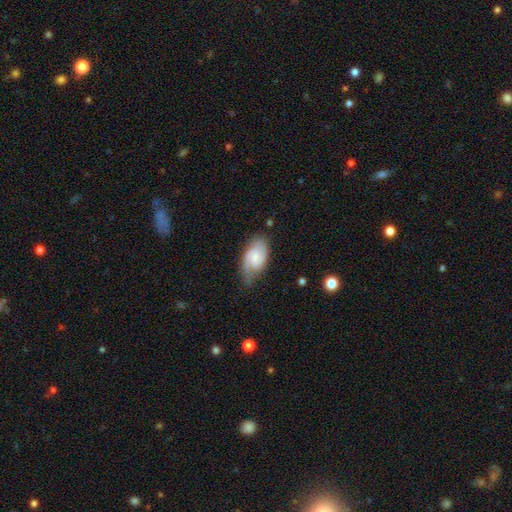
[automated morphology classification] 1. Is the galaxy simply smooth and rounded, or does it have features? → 75% featured or disk, 19% smooth, 6% star or artifact.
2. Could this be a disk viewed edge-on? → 97% no, 3% yes.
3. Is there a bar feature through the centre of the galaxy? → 49% weak, 42% no, 9% strong.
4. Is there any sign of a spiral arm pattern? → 96% yes, 4% no.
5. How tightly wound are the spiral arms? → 49% medium, 35% tight, 16% loose.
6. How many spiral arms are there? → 83% 2, 7% can't tell, 5% 1, 3% 3, 1% 4, 1% more than 4.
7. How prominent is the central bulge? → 54% small, 24% moderate, 18% none, 2% large, 1% dominant.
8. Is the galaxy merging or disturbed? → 70% none, 22% minor disturbance, 7% major disturbance, 2% merger.